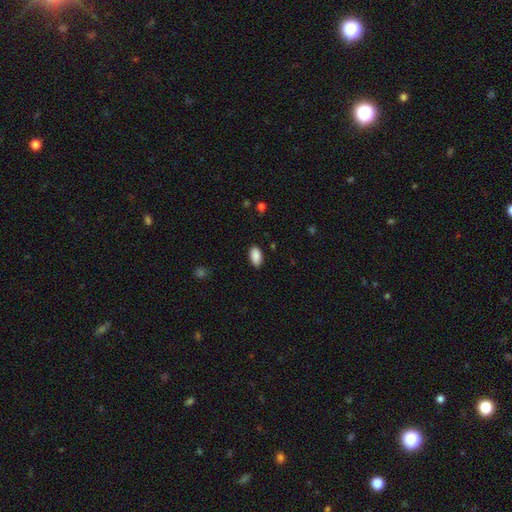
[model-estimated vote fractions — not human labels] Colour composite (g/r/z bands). It shows a smooth galaxy with no disk features (89%) that is in between round and cigar-shaped (94%). Merging: none (86%).